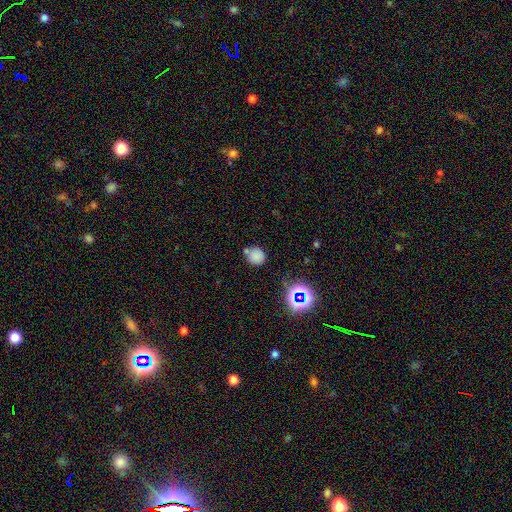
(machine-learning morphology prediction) Smooth or featured? smooth (75%)
How rounded? round (87%)
Merging? none (65%)